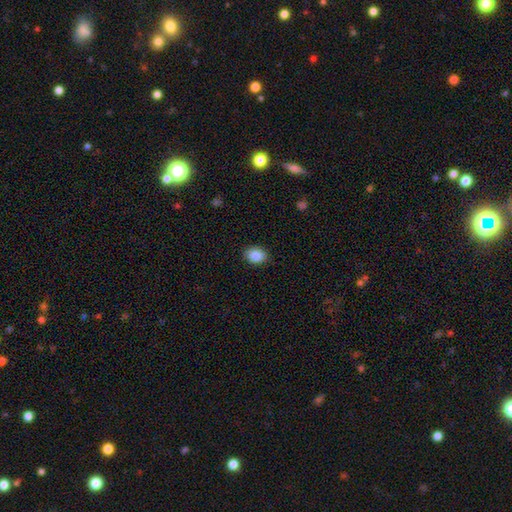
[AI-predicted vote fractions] Morphology: type=smooth (87%); roundness=in between (65%); merging=none (89%).